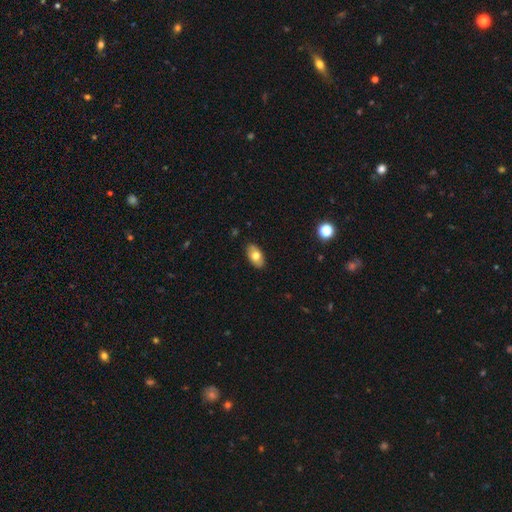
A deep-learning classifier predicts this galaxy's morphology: This appears to be a smooth galaxy with no disk features (71%) that is in between round and cigar-shaped (93%). Merging: none (87%).